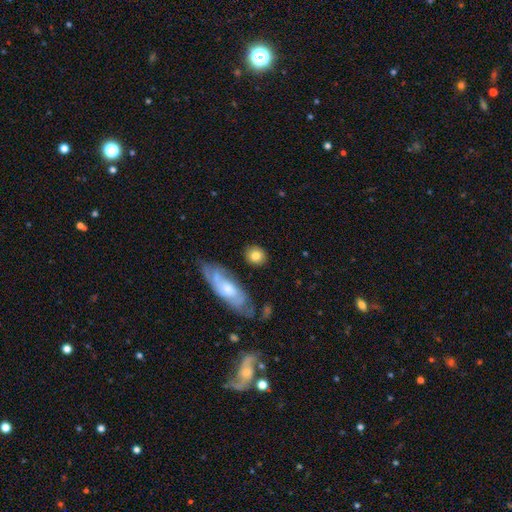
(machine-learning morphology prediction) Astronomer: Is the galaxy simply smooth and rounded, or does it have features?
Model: smooth — 78%.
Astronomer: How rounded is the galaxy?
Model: round — 76%.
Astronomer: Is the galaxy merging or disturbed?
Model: none — 80%.